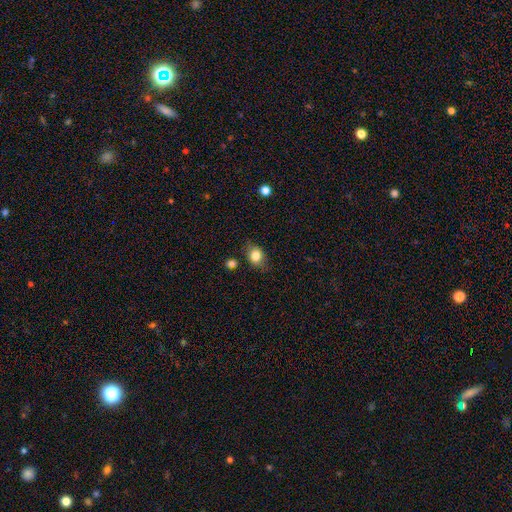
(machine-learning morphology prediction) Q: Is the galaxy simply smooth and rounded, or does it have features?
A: smooth — 81%.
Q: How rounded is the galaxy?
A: in between — 52%.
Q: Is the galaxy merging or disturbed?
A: none — 74%.